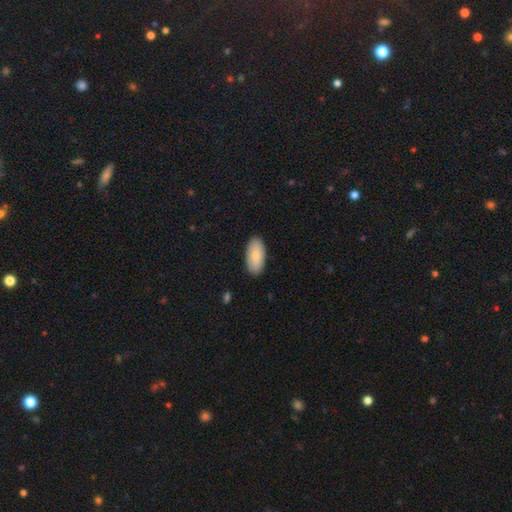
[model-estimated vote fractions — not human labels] Smooth or featured?
  - smooth: 80% *
  - featured or disk: 15%
  - star or artifact: 6%
How rounded?
  - in between: 94% *
  - cigar-shaped: 4%
  - round: 2%
Merging?
  - none: 89% *
  - minor disturbance: 9%
  - major disturbance: 2%
  - merger: 1%